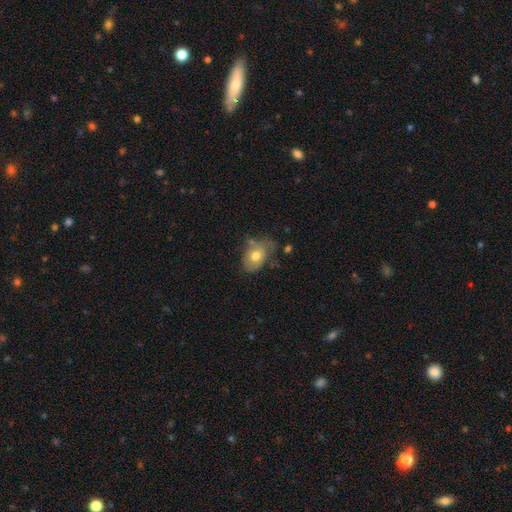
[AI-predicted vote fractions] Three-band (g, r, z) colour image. It shows a smooth galaxy with no disk features (67%) that is in between round and cigar-shaped (79%). Merging: none (50%).